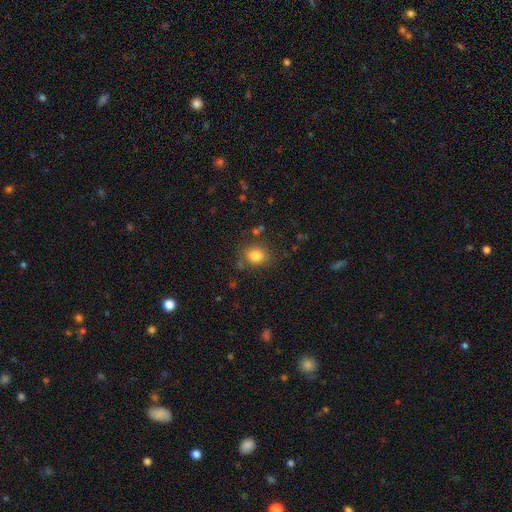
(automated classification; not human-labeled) A smooth galaxy with no disk features (82%) that is round (60%).

Vote fractions:
- Smooth or featured? smooth: 82% / star or artifact: 11% / featured or disk: 7%
- How rounded? round: 60% / in between: 39% / cigar-shaped: 1%
- Merging? none: 79% / minor disturbance: 13% / major disturbance: 4% / merger: 4%